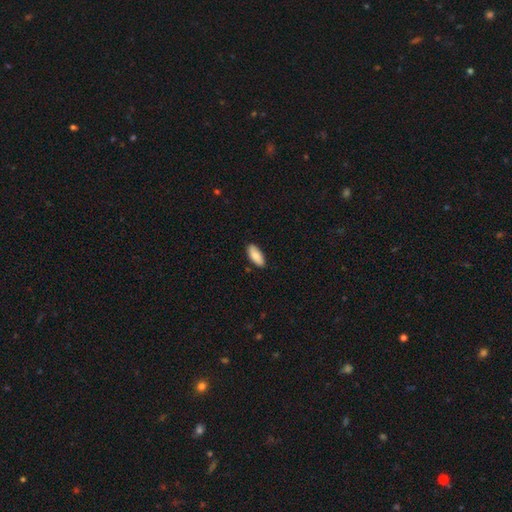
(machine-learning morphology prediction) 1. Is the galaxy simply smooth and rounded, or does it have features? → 88% smooth, 6% star or artifact, 6% featured or disk.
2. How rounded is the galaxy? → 83% in between, 15% cigar-shaped, 2% round.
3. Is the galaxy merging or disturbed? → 87% none, 10% minor disturbance, 2% major disturbance, 1% merger.